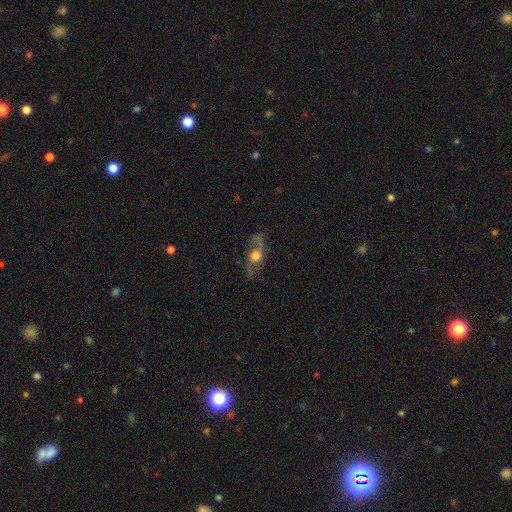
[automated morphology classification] This is likely a featured or disk galaxy (68%). It is clearly not viewed edge-on (82%). Bar: likely no (74%). Spiral arm pattern: clearly yes (83%). Central bulge: marginally large (44%). Merging: likely none (68%).